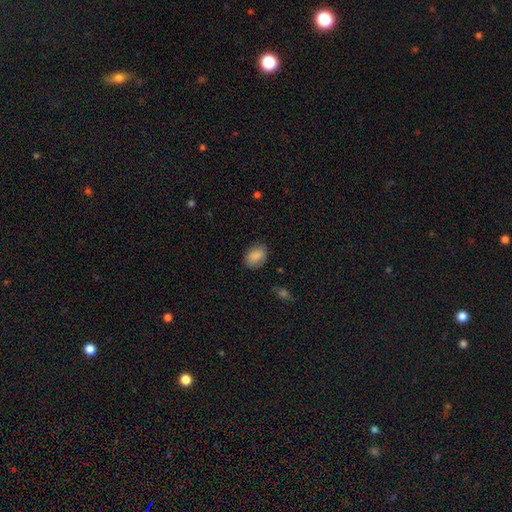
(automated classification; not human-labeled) smooth-or-featured: smooth: 88% | star or artifact: 7% | featured or disk: 5%
  how-rounded: in between: 79% | round: 19% | cigar-shaped: 1%
  merging: none: 83% | minor disturbance: 13% | major disturbance: 3% | merger: 1%